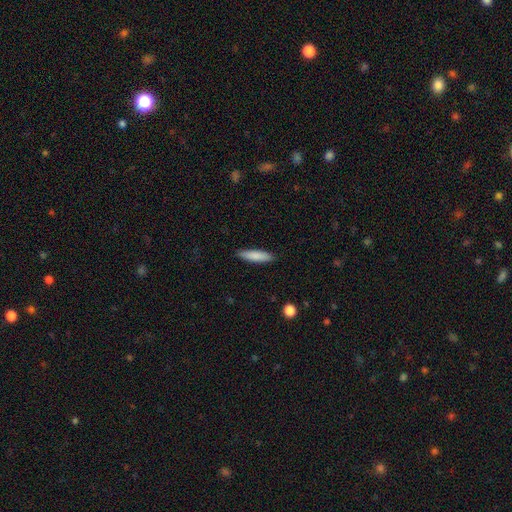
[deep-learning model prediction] smooth_or_featured: smooth (p=0.82) [alt: featured or disk p=0.12]
how_rounded: cigar-shaped (p=0.76) [alt: in between p=0.22]
merging: none (p=0.88) [alt: minor disturbance p=0.09]